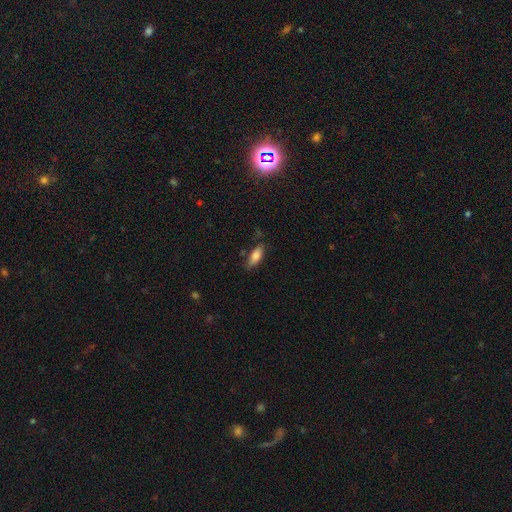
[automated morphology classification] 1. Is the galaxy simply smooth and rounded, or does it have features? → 77% smooth, 16% featured or disk, 7% star or artifact.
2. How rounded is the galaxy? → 73% in between, 25% cigar-shaped, 2% round.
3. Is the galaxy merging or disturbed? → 73% none, 20% minor disturbance, 4% major disturbance, 3% merger.